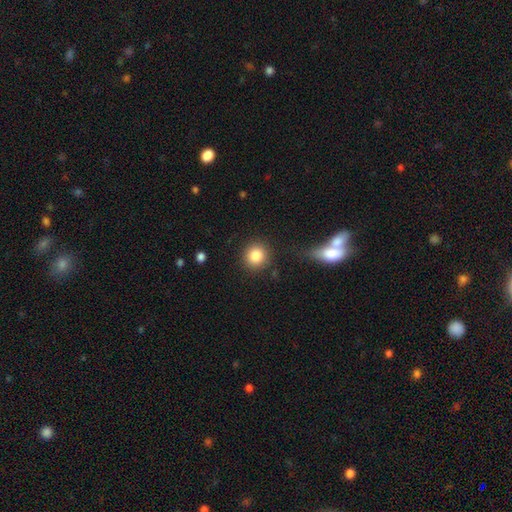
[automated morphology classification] This is clearly a smooth galaxy (84%). How rounded: clearly round (90%). Merging: clearly none (86%).